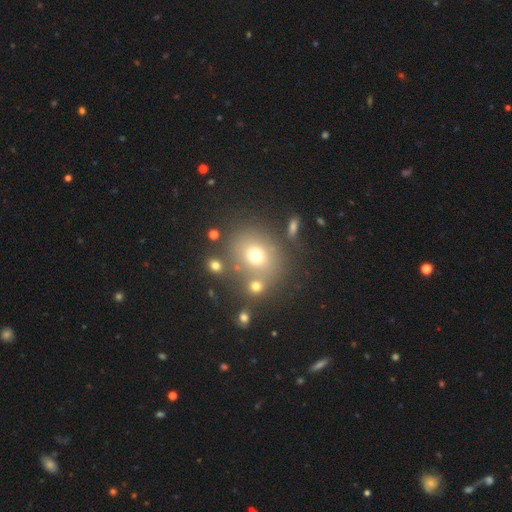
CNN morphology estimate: smooth-or-featured: smooth: 68% | star or artifact: 18% | featured or disk: 14%
  how-rounded: round: 74% | in between: 25% | cigar-shaped: 1%
  merging: none: 68% | merger: 16% | minor disturbance: 11% | major disturbance: 5%